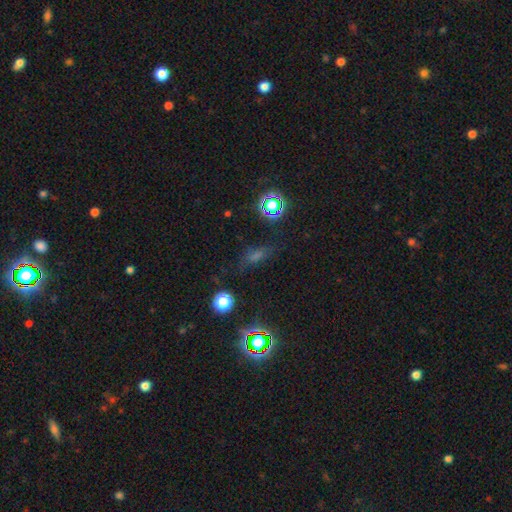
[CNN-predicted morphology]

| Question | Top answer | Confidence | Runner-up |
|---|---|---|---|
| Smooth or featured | star or artifact | 41% | tied: smooth (41%) |